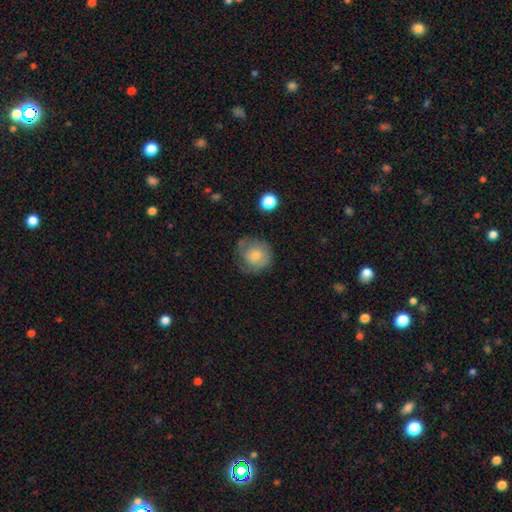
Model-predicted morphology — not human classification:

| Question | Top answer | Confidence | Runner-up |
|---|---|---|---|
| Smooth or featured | smooth | 59% | featured or disk (34%) |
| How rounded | round | 81% | in between (18%) |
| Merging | none | 53% | minor disturbance (29%) |